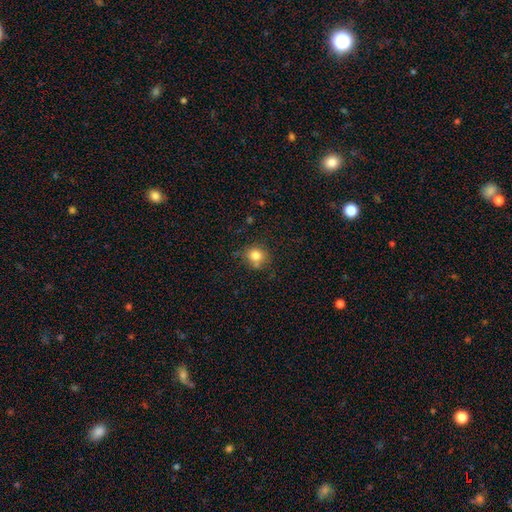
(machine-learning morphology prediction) type=smooth (80%); roundness=round (81%); merging=none (70%).